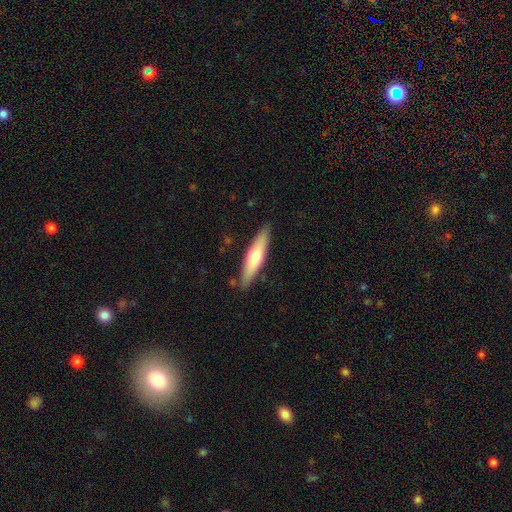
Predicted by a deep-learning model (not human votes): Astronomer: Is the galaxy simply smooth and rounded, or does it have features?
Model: smooth — 57% (runner-up: featured or disk, 37%).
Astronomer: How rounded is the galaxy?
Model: cigar-shaped — 77%.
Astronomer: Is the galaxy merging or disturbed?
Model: none — 86%.